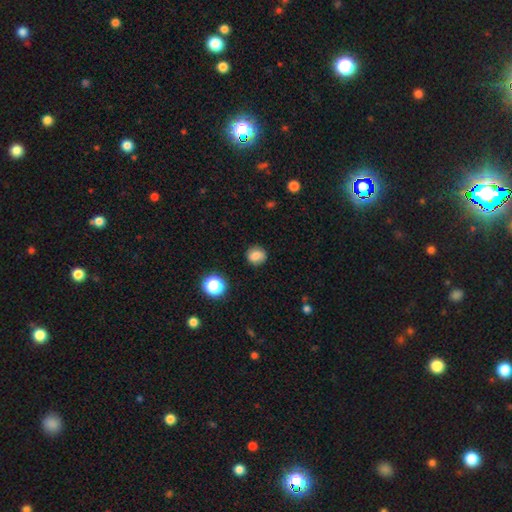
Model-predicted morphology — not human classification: Overall: smooth (76%). How rounded: round (81%). Merging: none (82%).